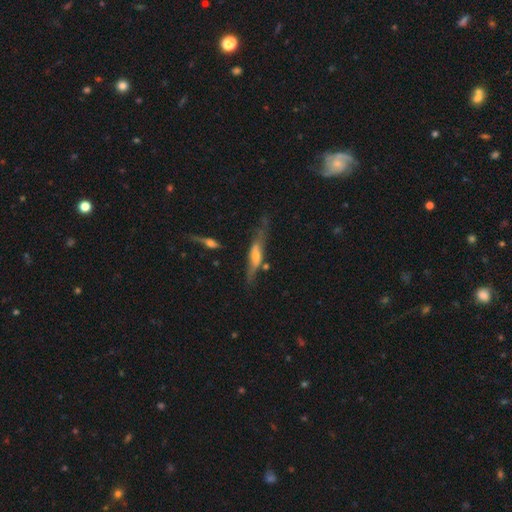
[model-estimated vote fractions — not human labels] This appears to be a featured or disk galaxy (60%) viewed edge-on (78%). Merging: none (52%).